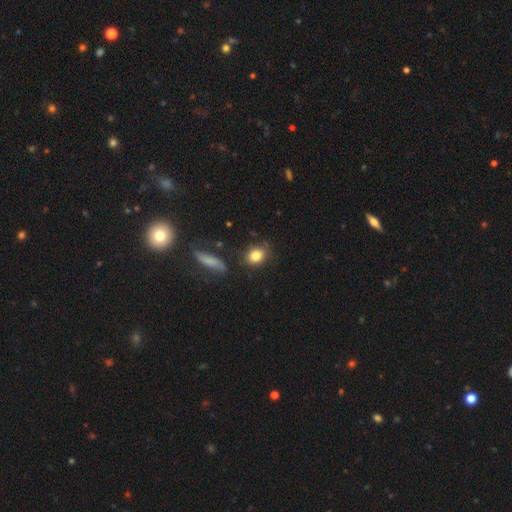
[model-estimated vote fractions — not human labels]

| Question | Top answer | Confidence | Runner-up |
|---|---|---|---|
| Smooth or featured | smooth | 83% | star or artifact (9%) |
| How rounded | round | 50% | in between (48%) |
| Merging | none | 72% | minor disturbance (17%) |